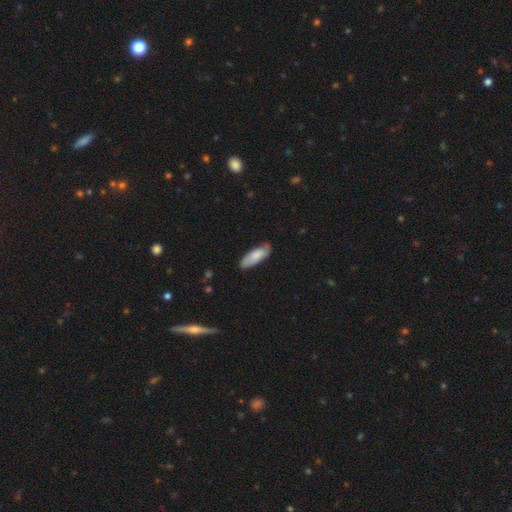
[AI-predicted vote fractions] Smooth or featured: smooth — 78% (featured or disk — 17%)
How rounded: in between — 66% (cigar-shaped — 32%)
Merging: none — 78% (minor disturbance — 18%)